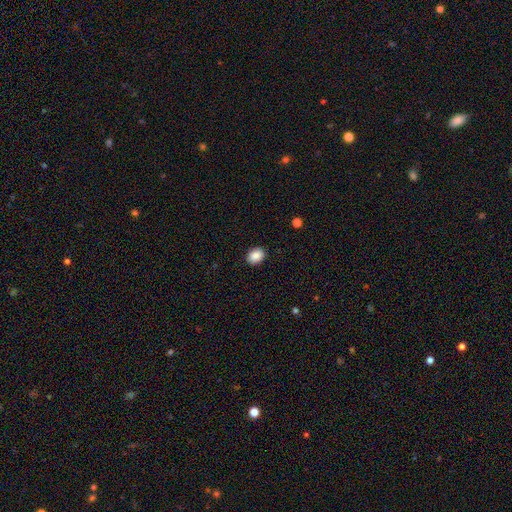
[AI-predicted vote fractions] Smooth or featured: smooth — 88% (star or artifact — 8%)
How rounded: in between — 59% (round — 40%)
Merging: none — 90% (minor disturbance — 7%)